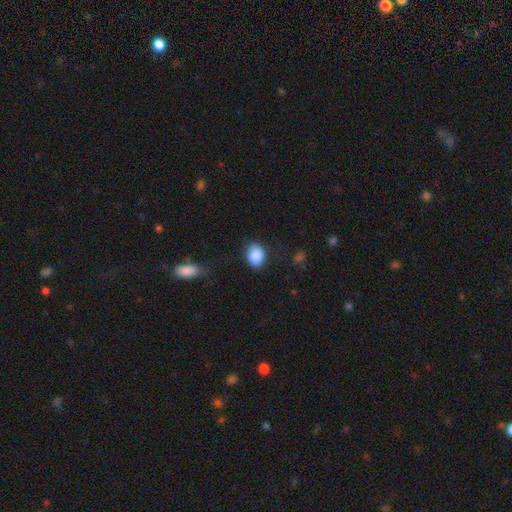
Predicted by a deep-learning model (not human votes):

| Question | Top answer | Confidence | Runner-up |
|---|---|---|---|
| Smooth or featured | smooth | 88% | star or artifact (8%) |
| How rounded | in between | 58% | round (41%) |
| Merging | none | 76% | minor disturbance (18%) |